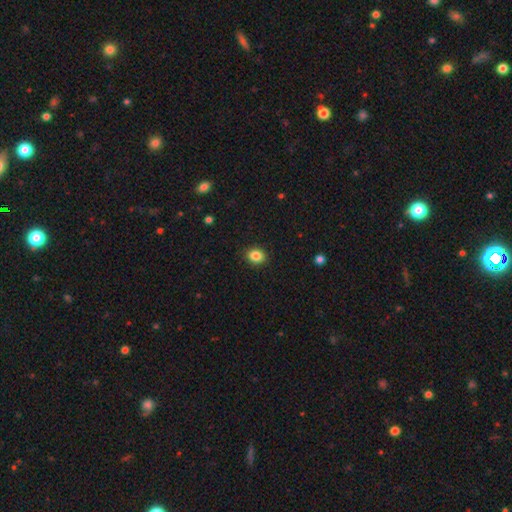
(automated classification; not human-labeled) A smooth galaxy with no disk features (86%) that is in between round and cigar-shaped (56%).

Vote fractions:
- Smooth or featured? smooth: 86% / star or artifact: 9% / featured or disk: 4%
- How rounded? in between: 56% / round: 43% / cigar-shaped: 1%
- Merging? none: 90% / minor disturbance: 7% / major disturbance: 2% / merger: 1%